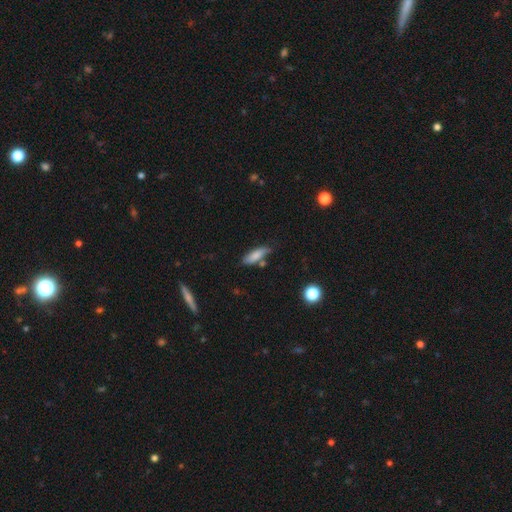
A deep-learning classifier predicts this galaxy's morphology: smooth-or-featured: smooth: 79% | featured or disk: 13% | star or artifact: 7%
  how-rounded: in between: 53% | cigar-shaped: 45% | round: 2%
  merging: none: 67% | minor disturbance: 21% | merger: 8% | major disturbance: 4%